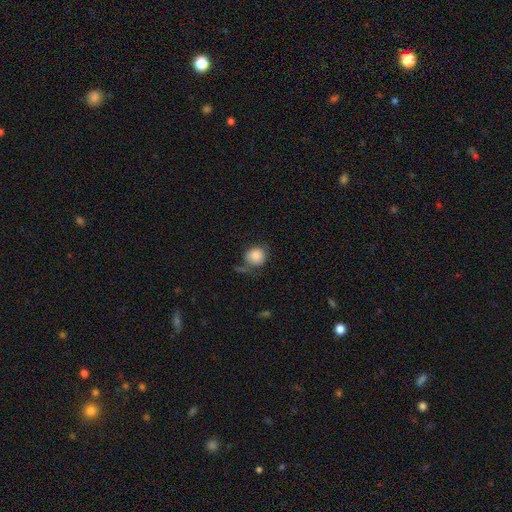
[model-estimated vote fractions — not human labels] This is clearly a smooth galaxy (83%). How rounded: clearly round (84%). Merging: possibly none (57%).